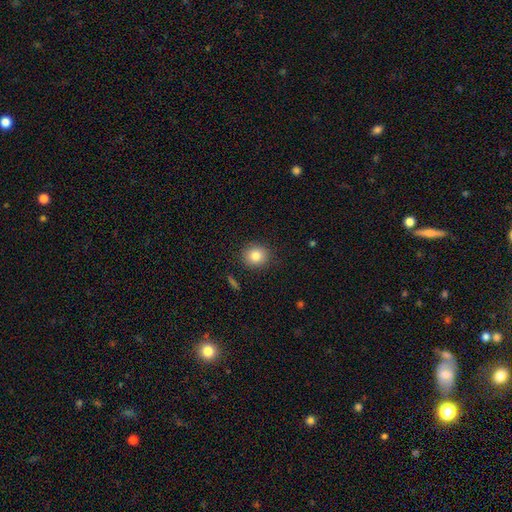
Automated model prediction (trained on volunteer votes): Smooth or featured?
  - smooth: 83% *
  - star or artifact: 10%
  - featured or disk: 7%
How rounded?
  - round: 84% *
  - in between: 15%
  - cigar-shaped: 1%
Merging?
  - none: 89% *
  - minor disturbance: 7%
  - major disturbance: 2%
  - merger: 1%